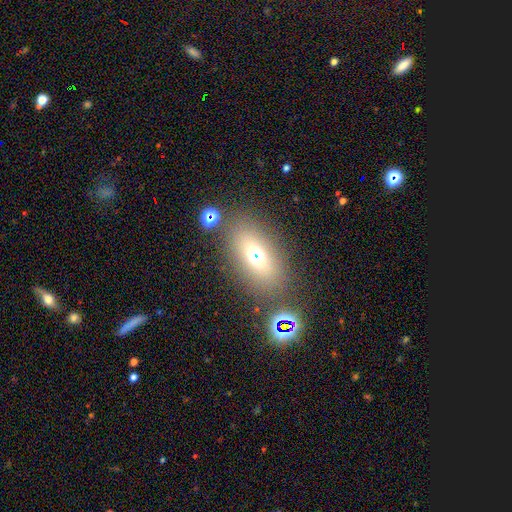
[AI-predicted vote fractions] smooth_or_featured: smooth (p=0.61) [alt: star or artifact p=0.21]
how_rounded: in between (p=0.73) [alt: round p=0.19]
merging: none (p=0.73) [alt: minor disturbance p=0.10]